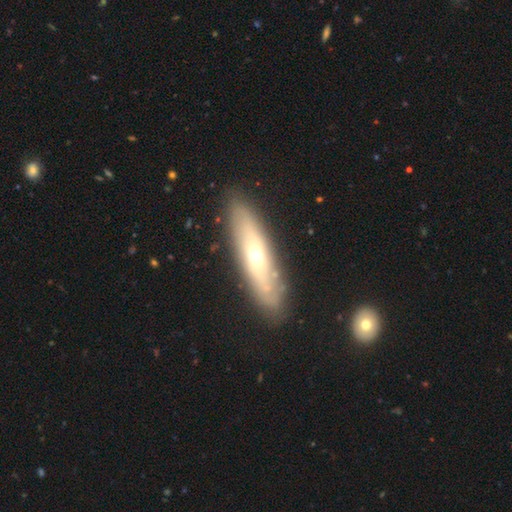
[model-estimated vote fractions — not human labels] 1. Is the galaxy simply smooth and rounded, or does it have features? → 58% featured or disk, 35% smooth, 7% star or artifact.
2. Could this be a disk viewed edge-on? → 53% no, 47% yes.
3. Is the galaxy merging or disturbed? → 84% none, 11% minor disturbance, 3% major disturbance, 2% merger.